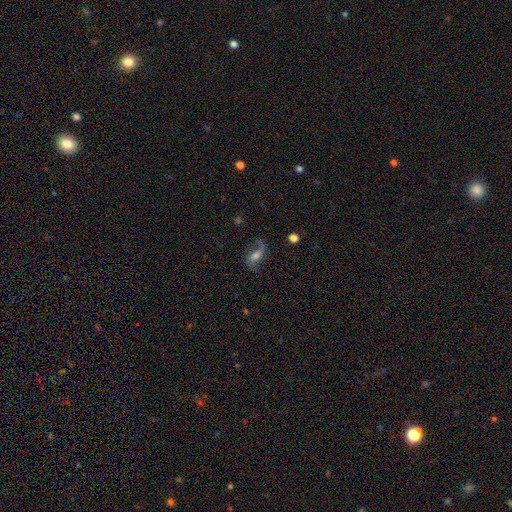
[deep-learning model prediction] Smooth or featured?
  - featured or disk: 69% *
  - smooth: 22%
  - star or artifact: 10%
Edge-on disk?
  - no: 92% *
  - yes: 8%
Bar?
  - weak: 44% *
  - no: 29%
  - strong: 27%
Spiral arms?
  - yes: 91% *
  - no: 9%
Spiral winding?
  - loose: 70% *
  - medium: 24%
  - tight: 6%
Spiral arm count?
  - 2: 81% *
  - 1: 12%
  - can't tell: 4%
  - 3: 1%
  - 4: 1%
  - more than 4: 1%
Bulge size?
  - moderate: 52% *
  - small: 25%
  - large: 14%
  - none: 7%
  - dominant: 2%
Merging?
  - none: 66% *
  - minor disturbance: 18%
  - major disturbance: 13%
  - merger: 2%